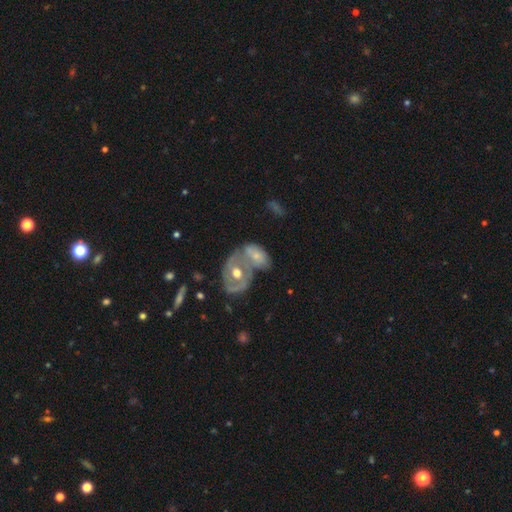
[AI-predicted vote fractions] Q: Smooth or featured?
A: featured or disk (49%); runner-up: smooth (43%)
Q: Merging?
A: merger (64%); runner-up: none (17%)